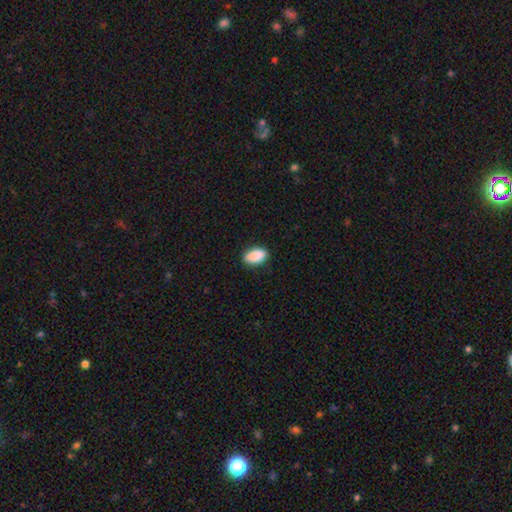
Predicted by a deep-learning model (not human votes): Smooth or featured? Predicted: smooth (p=0.90). How rounded? Predicted: in between (p=0.93). Merging? Predicted: none (p=0.87).